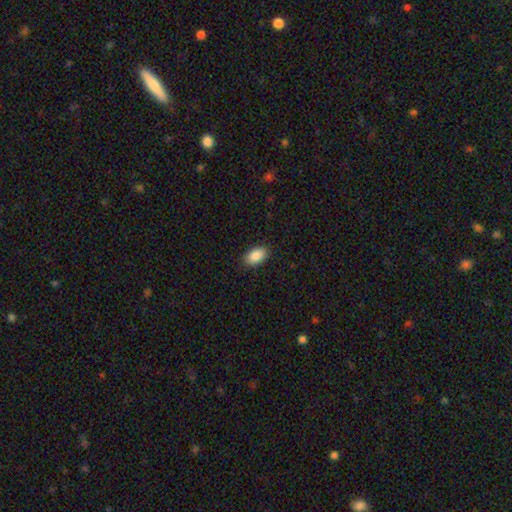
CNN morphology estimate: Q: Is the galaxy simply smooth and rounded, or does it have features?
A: smooth — 89%.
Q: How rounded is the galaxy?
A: in between — 93%.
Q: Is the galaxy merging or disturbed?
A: none — 89%.